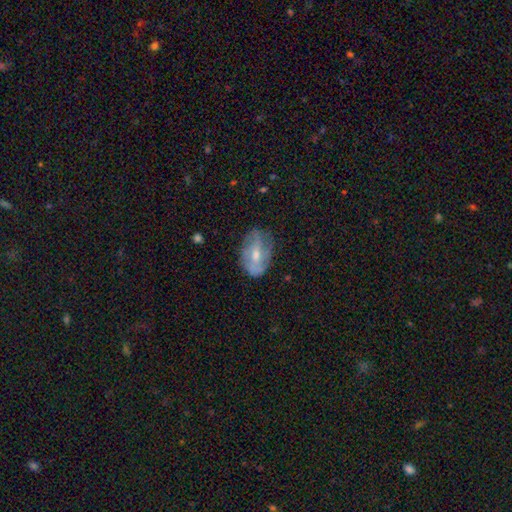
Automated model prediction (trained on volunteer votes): featured or disk 55%, smooth 37%, star or artifact 8%. Down the decision tree: edge-on disk — no (93%); bar — weak (43%); spiral arms — yes (61%); bulge size — moderate (53%); merging — none (61%).